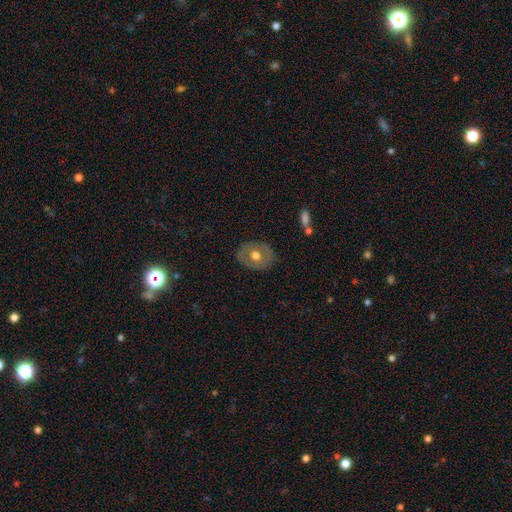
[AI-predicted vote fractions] A featured or disk galaxy (48%).

Vote fractions:
- Smooth or featured? featured or disk: 48% / smooth: 46% / star or artifact: 6%
- Merging? none: 82% / minor disturbance: 12% / major disturbance: 4% / merger: 1%